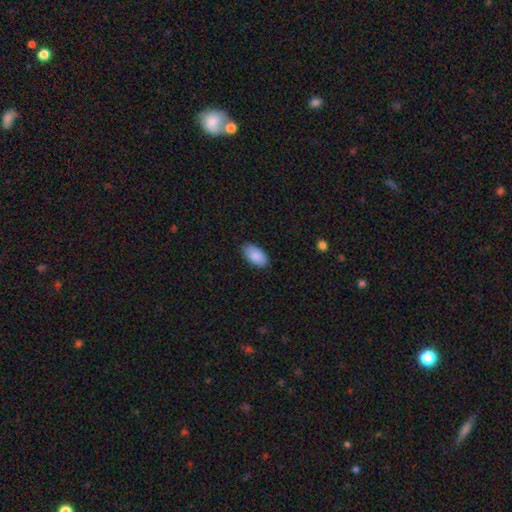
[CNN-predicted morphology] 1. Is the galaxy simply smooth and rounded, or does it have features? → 89% smooth, 6% star or artifact, 5% featured or disk.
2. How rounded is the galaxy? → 95% in between, 3% round, 2% cigar-shaped.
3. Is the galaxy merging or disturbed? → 85% none, 12% minor disturbance, 2% major disturbance, 1% merger.